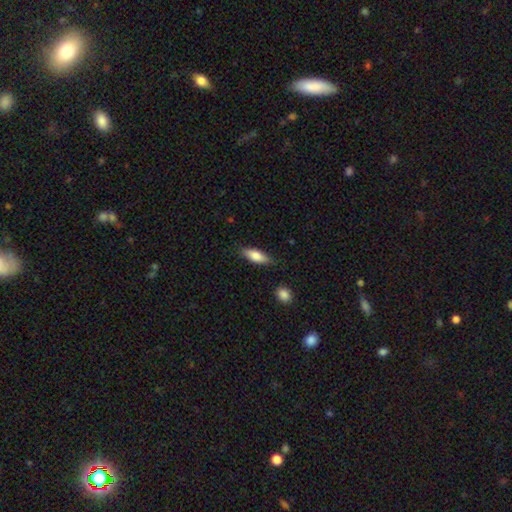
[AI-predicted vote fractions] A smooth galaxy with no disk features (79%) that is in between round and cigar-shaped (68%).

Vote fractions:
- Smooth or featured? smooth: 79% / featured or disk: 15% / star or artifact: 6%
- How rounded? in between: 68% / cigar-shaped: 29% / round: 2%
- Merging? none: 82% / minor disturbance: 13% / major disturbance: 3% / merger: 2%